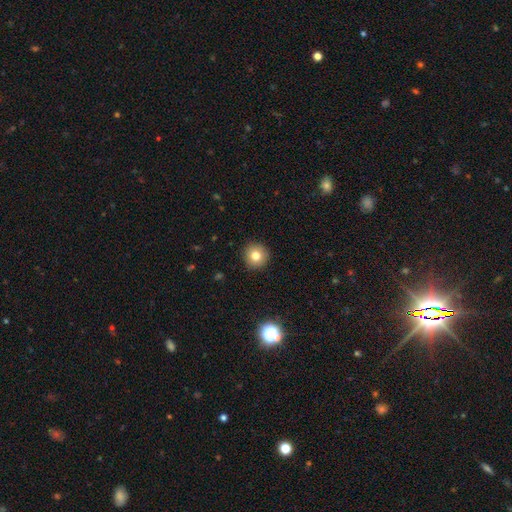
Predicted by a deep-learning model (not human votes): A smooth galaxy with no disk features (79%) that is round (94%). Merging: none (92%).